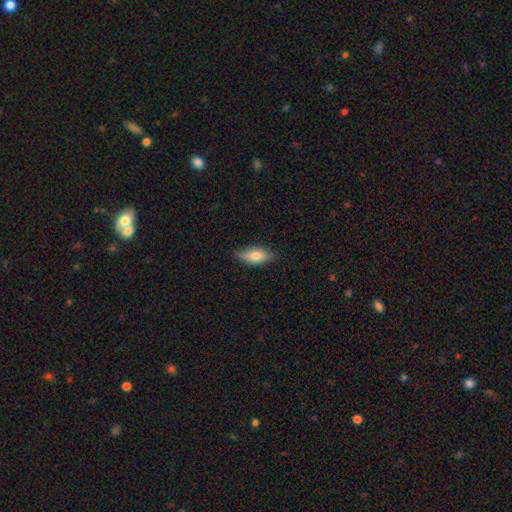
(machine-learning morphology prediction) A smooth galaxy with no disk features (77%) that is in between round and cigar-shaped (80%). Merging: none (82%).